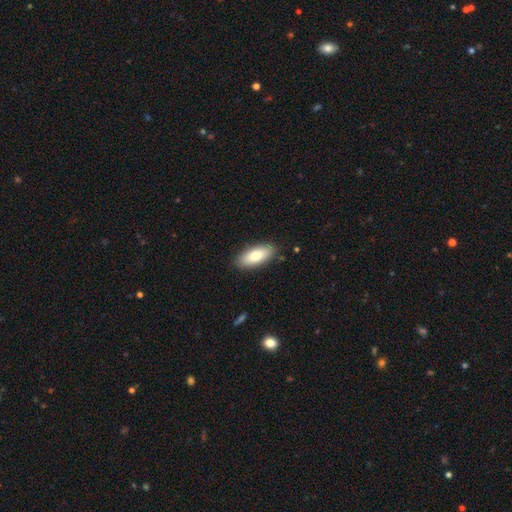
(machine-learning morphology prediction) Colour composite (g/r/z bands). It shows a smooth galaxy with no disk features (76%) that is in between round and cigar-shaped (82%). Merging: none (87%).